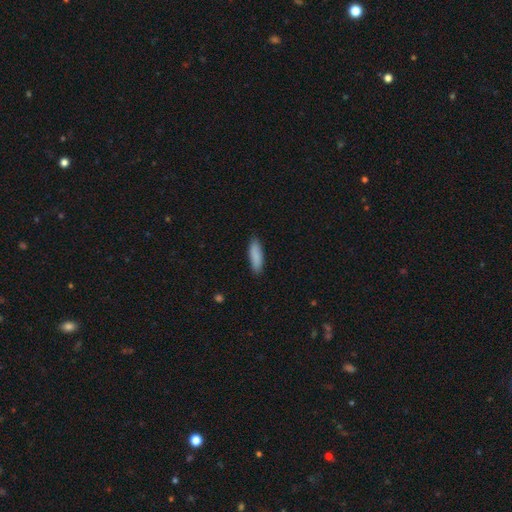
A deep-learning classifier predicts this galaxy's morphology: Overall: smooth (88%). How rounded: cigar-shaped (51%; in between 48%). Merging: none (86%).